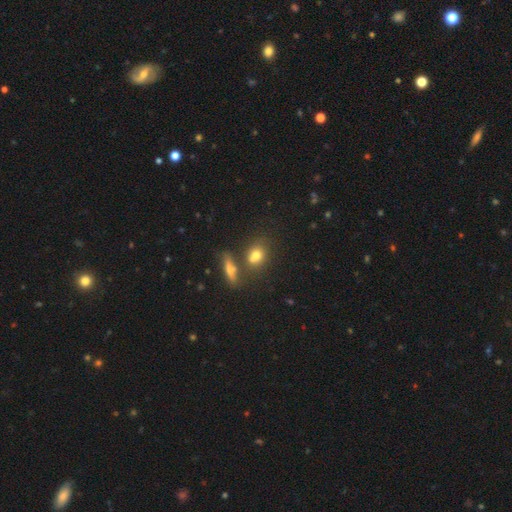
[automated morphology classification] Smooth or featured? Predicted: smooth (p=0.72). How rounded? Predicted: round (p=0.48). Merging? Predicted: none (p=0.53).